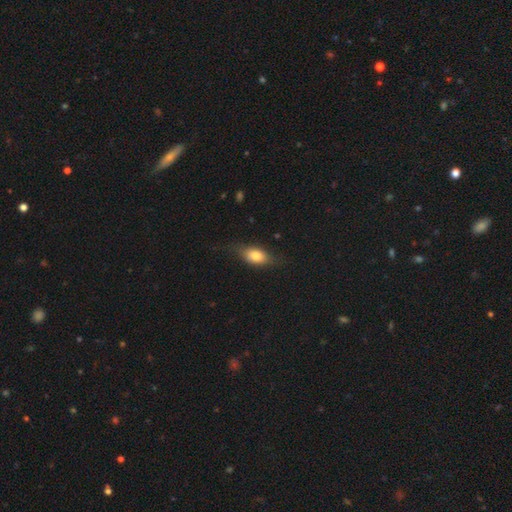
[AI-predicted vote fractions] Smooth or featured?
  - smooth: 74% *
  - featured or disk: 19%
  - star or artifact: 7%
How rounded?
  - in between: 79% *
  - round: 12%
  - cigar-shaped: 10%
Merging?
  - none: 69% *
  - minor disturbance: 23%
  - major disturbance: 7%
  - merger: 1%